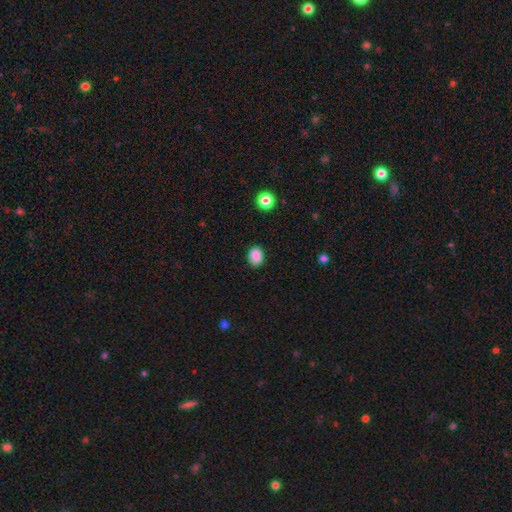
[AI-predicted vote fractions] Smooth or featured? Predicted: smooth (p=0.88). How rounded? Predicted: in between (p=0.62). Merging? Predicted: none (p=0.87).